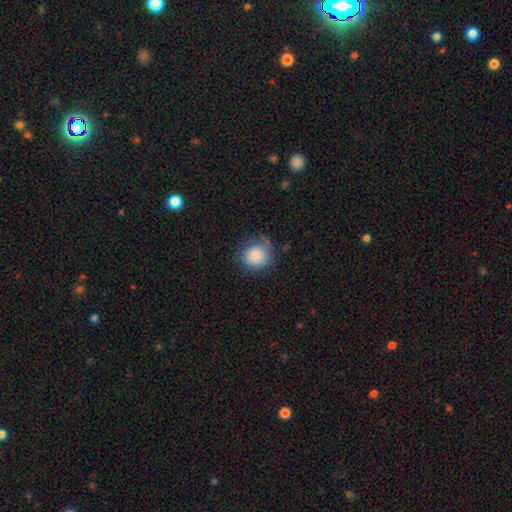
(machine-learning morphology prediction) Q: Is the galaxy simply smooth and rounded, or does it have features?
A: smooth — 82%.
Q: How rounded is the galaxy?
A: round — 87%.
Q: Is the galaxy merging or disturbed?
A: none — 63%.